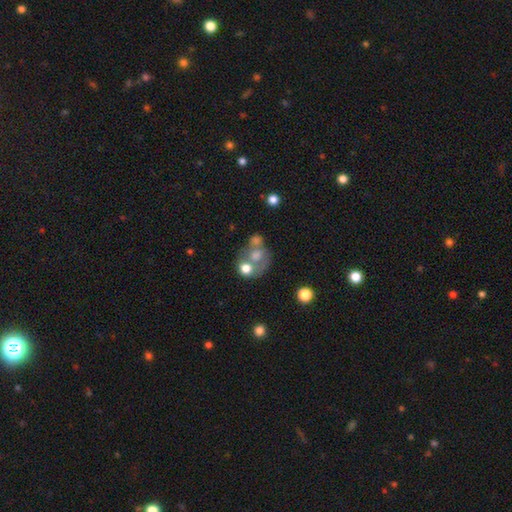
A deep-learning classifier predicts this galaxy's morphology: Smooth or featured: smooth — 49% (featured or disk — 34%)
Merging: merger — 44% (none — 31%)